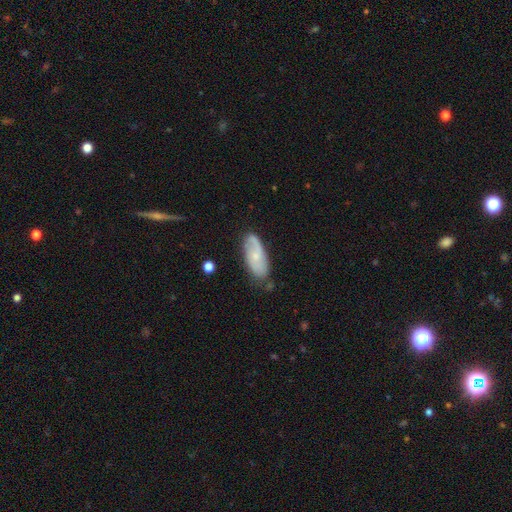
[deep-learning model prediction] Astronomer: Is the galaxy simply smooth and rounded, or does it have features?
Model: featured or disk — 49% (runner-up: smooth, 44%).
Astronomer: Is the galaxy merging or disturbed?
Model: none — 70%.